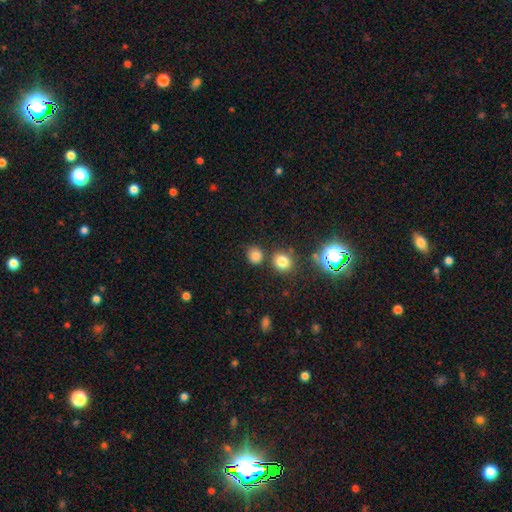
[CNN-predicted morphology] smooth 79%, star or artifact 16%, featured or disk 6%. Down the decision tree: how rounded — round (81%); merging — none (74%).